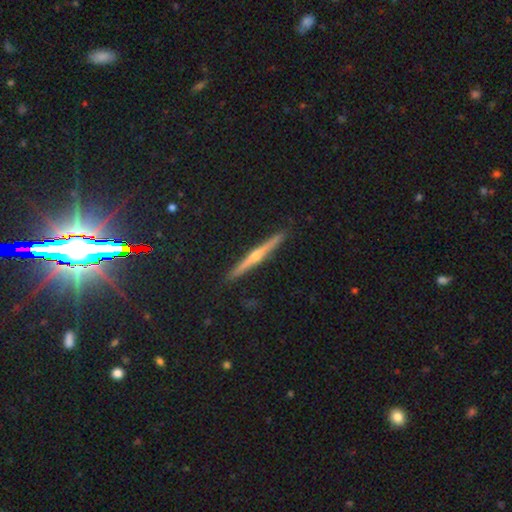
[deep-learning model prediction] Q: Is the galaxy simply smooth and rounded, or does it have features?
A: featured or disk — 72%.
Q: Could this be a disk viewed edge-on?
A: yes — 98%.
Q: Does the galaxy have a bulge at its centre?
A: rounded — 85%.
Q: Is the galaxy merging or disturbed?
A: none — 91%.